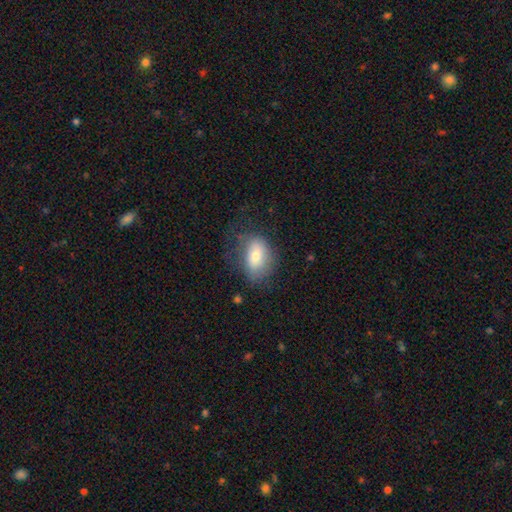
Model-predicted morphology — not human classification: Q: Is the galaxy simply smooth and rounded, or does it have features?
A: smooth — 68%.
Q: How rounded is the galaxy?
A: in between — 83%.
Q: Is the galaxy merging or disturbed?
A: none — 56%.